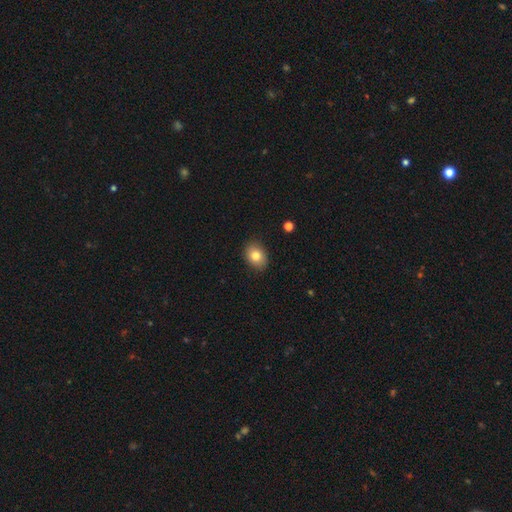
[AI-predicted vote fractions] A smooth galaxy with no disk features (80%) that is in between round and cigar-shaped (61%).

Vote fractions:
- Smooth or featured? smooth: 80% / featured or disk: 10% / star or artifact: 9%
- How rounded? in between: 61% / round: 38% / cigar-shaped: 1%
- Merging? none: 88% / minor disturbance: 9% / major disturbance: 2% / merger: 1%